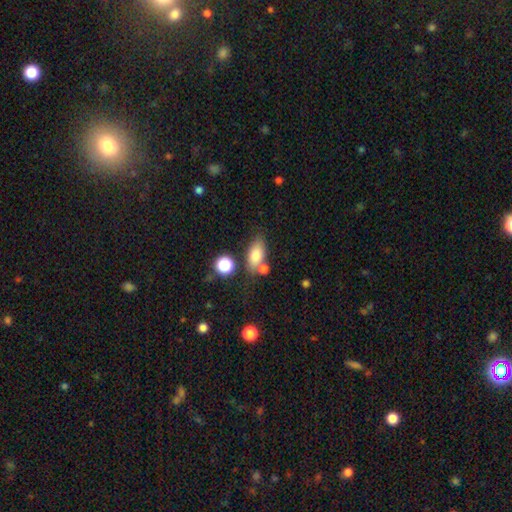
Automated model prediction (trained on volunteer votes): smooth_or_featured: smooth (p=0.78) [alt: featured or disk p=0.13]
how_rounded: in between (p=0.83) [alt: round p=0.09]
merging: none (p=0.62) [alt: merger p=0.17]